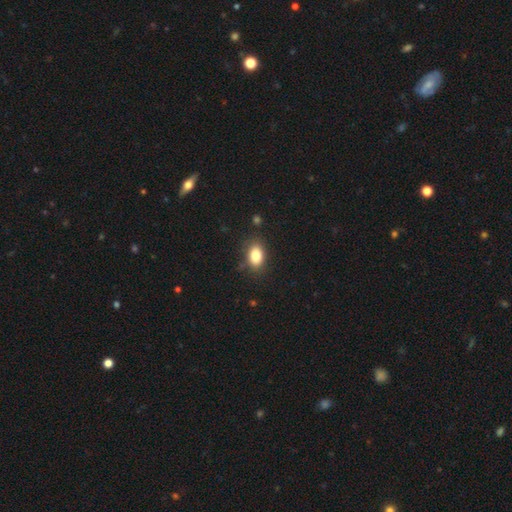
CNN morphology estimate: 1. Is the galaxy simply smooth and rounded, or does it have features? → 84% smooth, 9% star or artifact, 8% featured or disk.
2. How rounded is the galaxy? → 85% in between, 13% round, 2% cigar-shaped.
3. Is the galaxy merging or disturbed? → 81% none, 13% minor disturbance, 3% major disturbance, 2% merger.